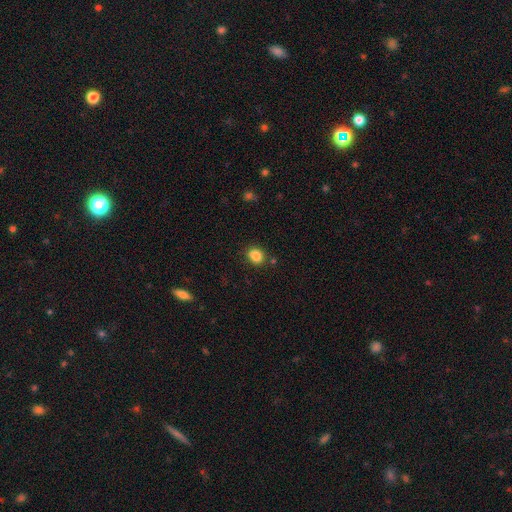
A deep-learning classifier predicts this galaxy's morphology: This appears to be a smooth galaxy with no disk features (86%) that is round (53%). Merging: none (82%).